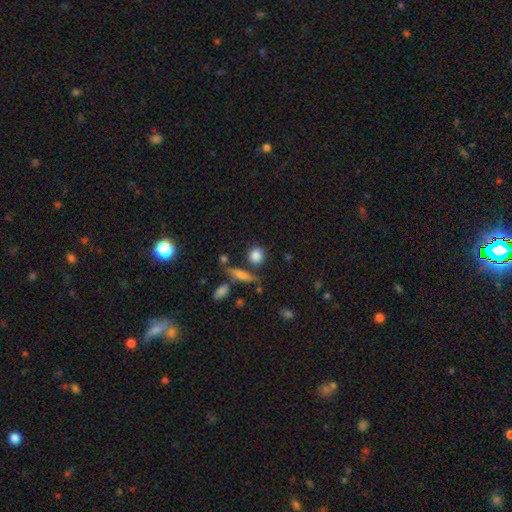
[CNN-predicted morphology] A smooth galaxy with no disk features (84%) that is round (79%).

Vote fractions:
- Smooth or featured? smooth: 84% / star or artifact: 9% / featured or disk: 8%
- How rounded? round: 79% / in between: 17% / cigar-shaped: 4%
- Merging? none: 78% / minor disturbance: 10% / merger: 9% / major disturbance: 4%